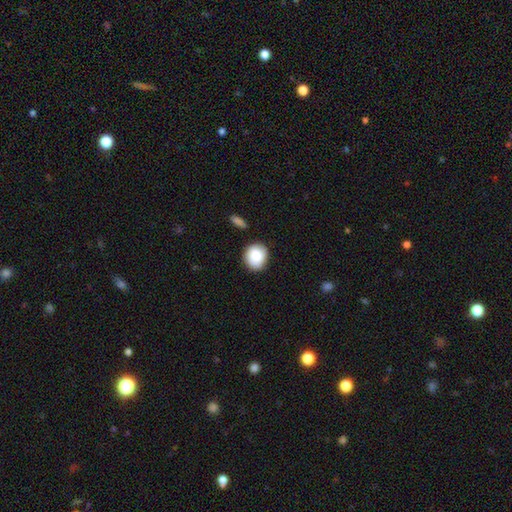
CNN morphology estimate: A smooth galaxy with no disk features (85%) that is round (75%). Merging: none (82%).